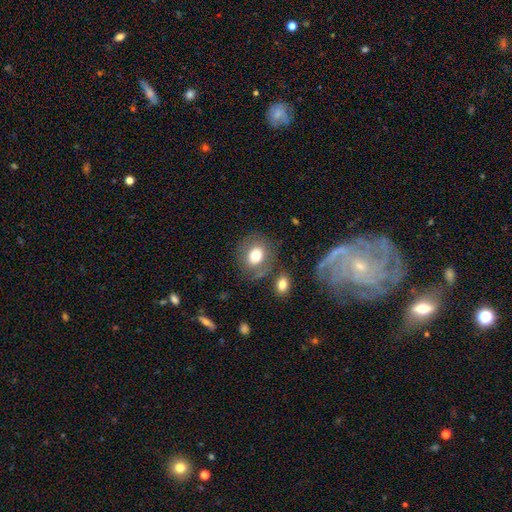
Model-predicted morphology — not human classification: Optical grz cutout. It shows a smooth galaxy with no disk features (74%) that is round (61%). Merging: none (73%).